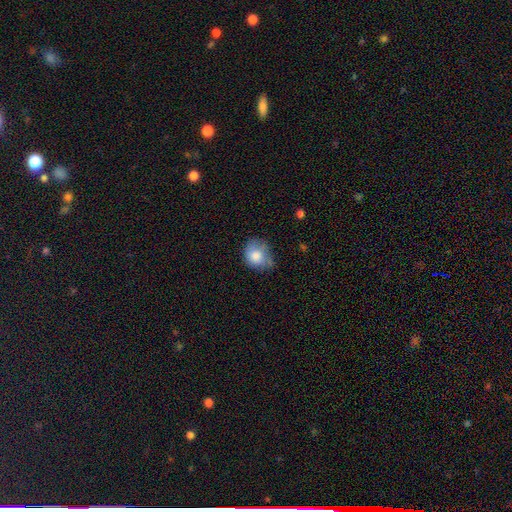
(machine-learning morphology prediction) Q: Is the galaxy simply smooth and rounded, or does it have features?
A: smooth — 80%.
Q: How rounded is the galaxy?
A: round — 65%.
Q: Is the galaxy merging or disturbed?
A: none — 48%.